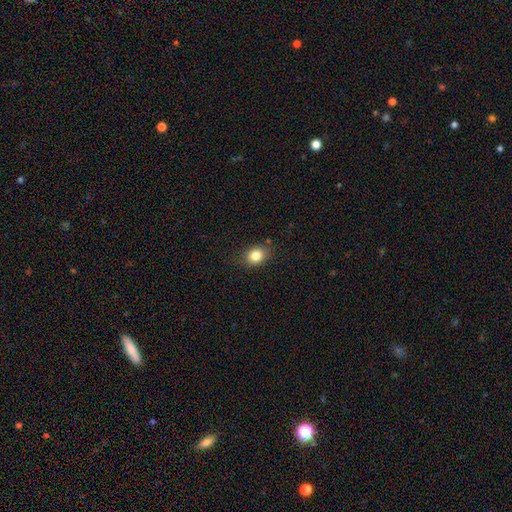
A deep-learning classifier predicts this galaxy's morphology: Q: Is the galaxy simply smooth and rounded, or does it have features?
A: smooth — 82%.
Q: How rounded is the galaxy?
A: in between — 51%.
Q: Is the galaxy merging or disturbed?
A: none — 82%.